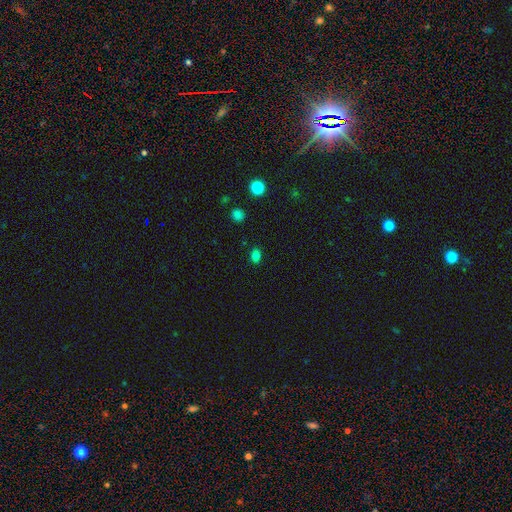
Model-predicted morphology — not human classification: This appears to be a smooth galaxy with no disk features (80%) that is in between round and cigar-shaped (71%). Merging: none (86%).